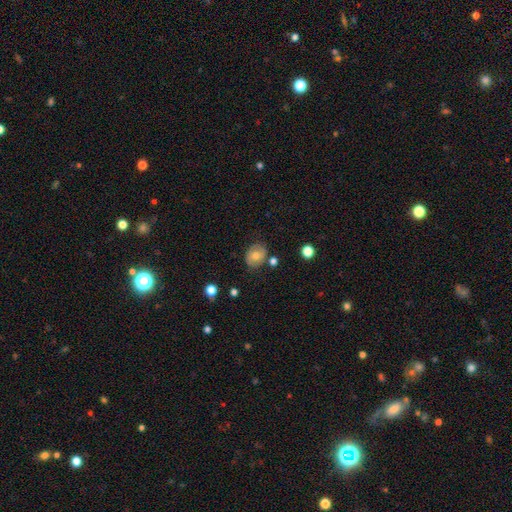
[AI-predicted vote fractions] Smooth or featured? Predicted: smooth (p=0.68). How rounded? Predicted: round (p=0.50). Merging? Predicted: none (p=0.77).